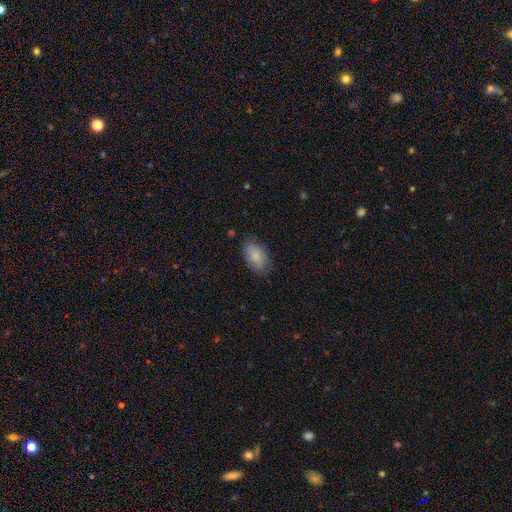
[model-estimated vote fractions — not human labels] Overall: smooth (84%). How rounded: in between (93%). Merging: none (78%).